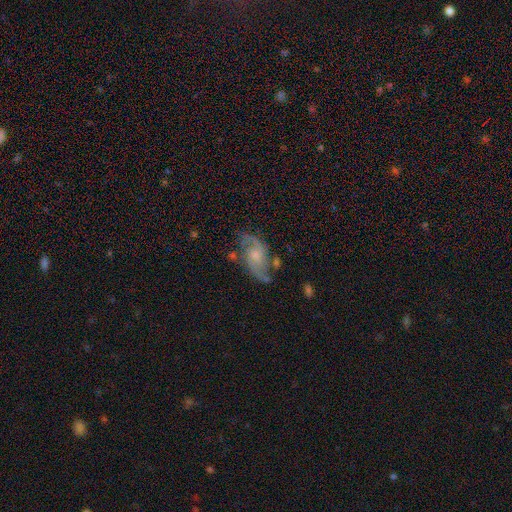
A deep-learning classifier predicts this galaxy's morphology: smooth-or-featured: featured or disk: 84% | smooth: 9% | star or artifact: 7%
  disk-edge-on: no: 96% | yes: 4%
    bar: no: 64% | weak: 30% | strong: 5%
    has-spiral-arms: yes: 95% | no: 5%
      spiral-winding: medium: 48% | loose: 36% | tight: 16%
      spiral-arm-count: 2: 87% | can't tell: 5% | 3: 3% | 1: 2% | 4: 1% | more than 4: 1%
    bulge-size: small: 55% | moderate: 35% | none: 6% | large: 3% | dominant: 1%
  merging: none: 66% | minor disturbance: 19% | major disturbance: 9% | merger: 6%